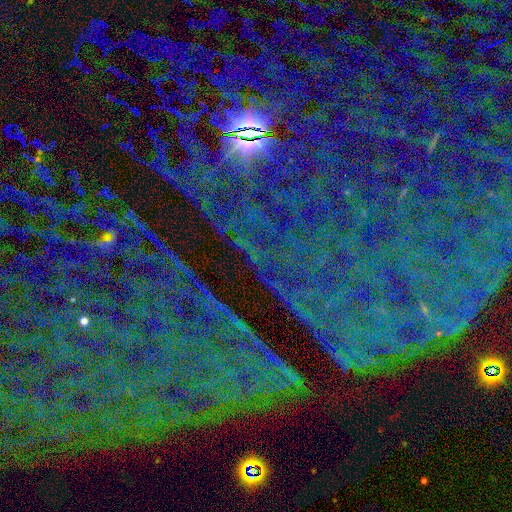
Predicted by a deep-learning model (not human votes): The model was most divided on "smooth or featured": star or artifact: 85%, featured or disk: 8%, smooth: 7%.